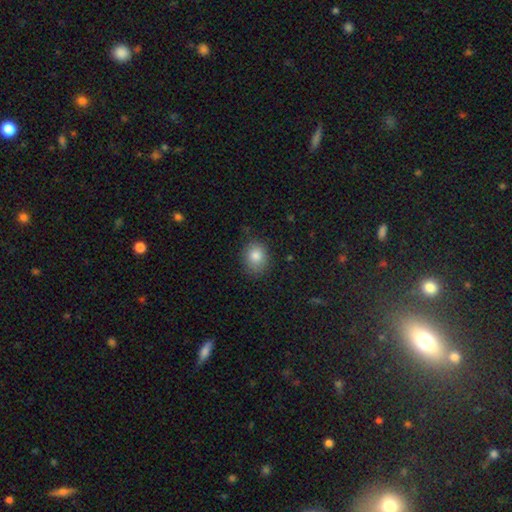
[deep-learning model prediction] smooth 83%, star or artifact 9%, featured or disk 7%. Down the decision tree: how rounded — round (60%); merging — none (82%).